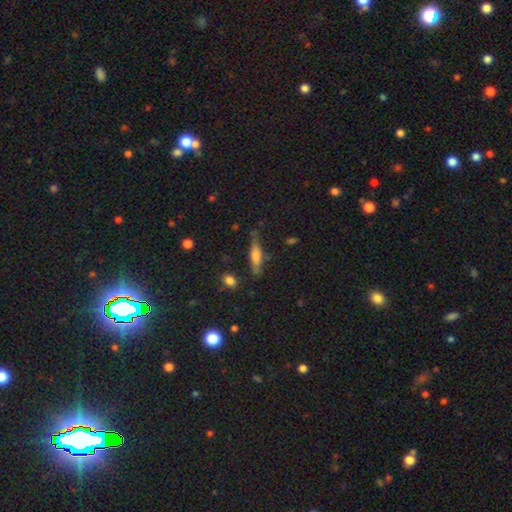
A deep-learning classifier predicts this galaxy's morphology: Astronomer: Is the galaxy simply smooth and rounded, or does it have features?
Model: smooth — 61%.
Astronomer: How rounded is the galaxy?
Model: cigar-shaped — 73%.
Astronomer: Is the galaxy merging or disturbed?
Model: none — 74%.